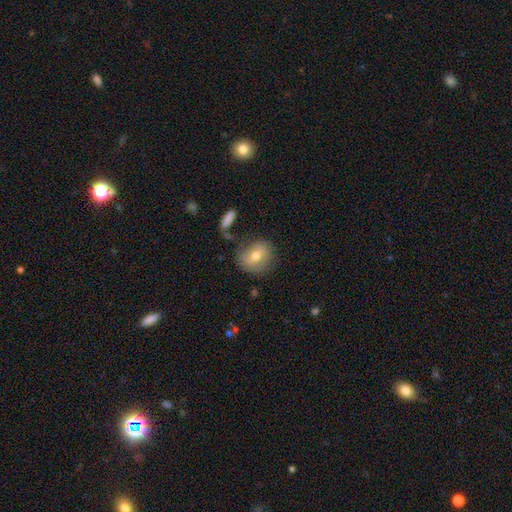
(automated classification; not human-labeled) smooth 59%, featured or disk 33%, star or artifact 8%. Down the decision tree: how rounded — round (61%); merging — none (67%).